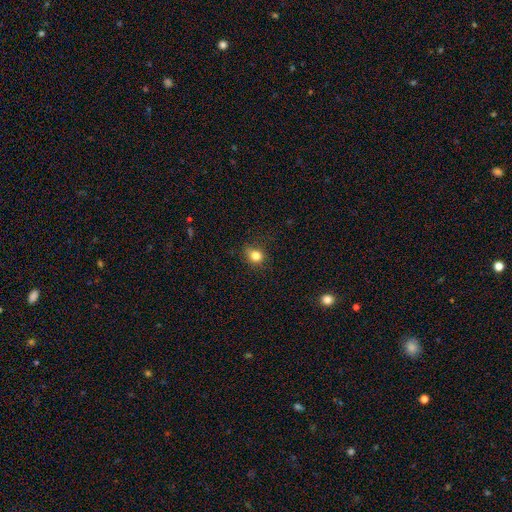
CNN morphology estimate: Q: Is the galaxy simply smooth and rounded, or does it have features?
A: smooth — 81%.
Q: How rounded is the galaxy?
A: round — 72%.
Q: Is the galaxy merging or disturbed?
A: none — 78%.